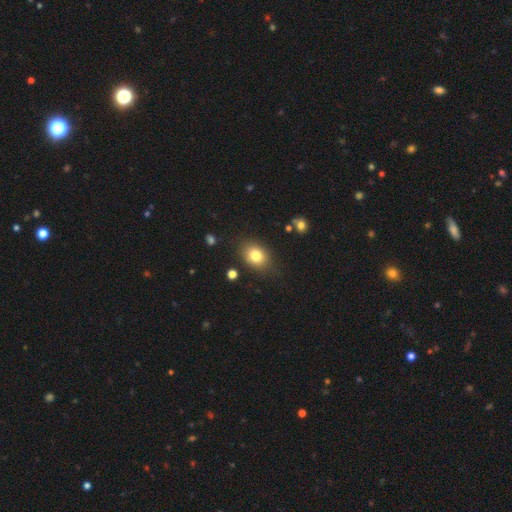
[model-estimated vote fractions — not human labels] Q: Smooth or featured?
A: smooth (80%); runner-up: star or artifact (10%)
Q: How rounded?
A: in between (67%); runner-up: round (32%)
Q: Merging?
A: none (81%); runner-up: minor disturbance (13%)